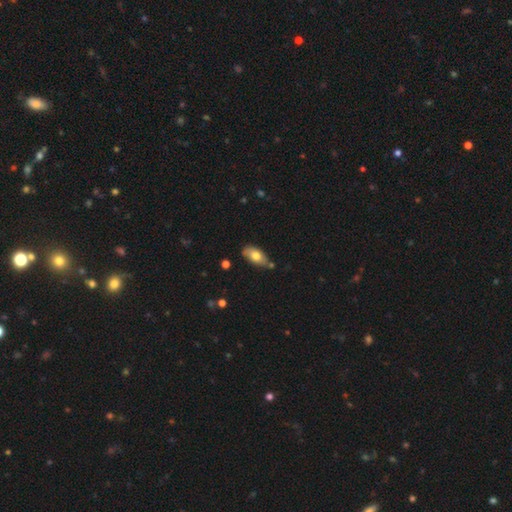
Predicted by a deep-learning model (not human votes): Q: Smooth or featured?
A: smooth (71%); runner-up: featured or disk (22%)
Q: How rounded?
A: in between (89%); runner-up: cigar-shaped (8%)
Q: Merging?
A: none (67%); runner-up: minor disturbance (22%)